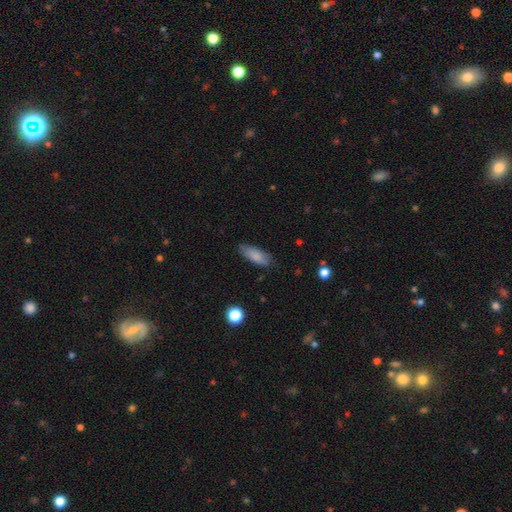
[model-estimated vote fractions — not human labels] smooth_or_featured: smooth (p=0.82) [alt: featured or disk p=0.11]
how_rounded: in between (p=0.73) [alt: cigar-shaped p=0.25]
merging: none (p=0.77) [alt: minor disturbance p=0.18]